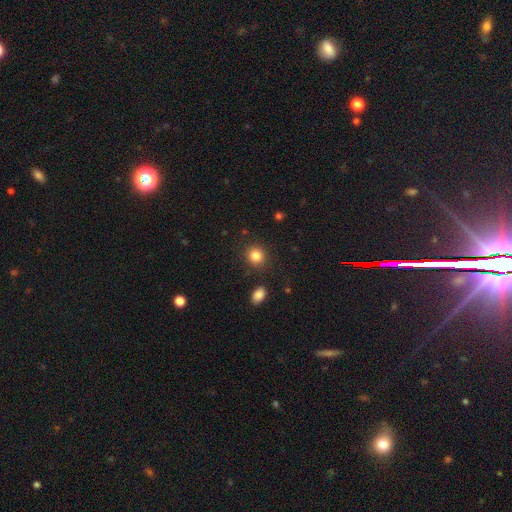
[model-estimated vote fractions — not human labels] Q: Smooth or featured?
A: smooth (84%); runner-up: star or artifact (11%)
Q: How rounded?
A: round (82%); runner-up: in between (17%)
Q: Merging?
A: none (86%); runner-up: minor disturbance (8%)